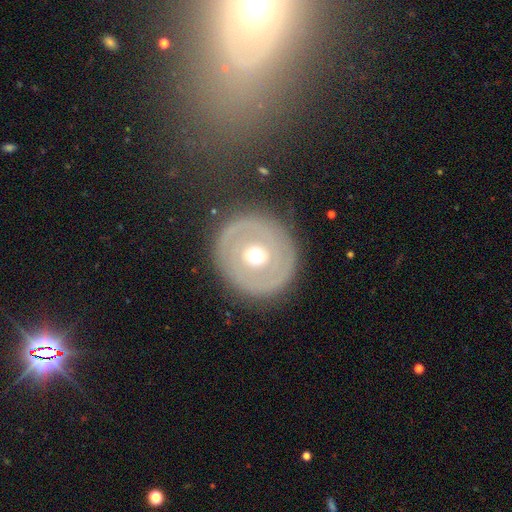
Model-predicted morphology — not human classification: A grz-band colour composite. It shows a featured or disk galaxy (70%) with no bar (79%), spiral arms (57%) and a moderate central bulge (69%). Merging: none (82%).